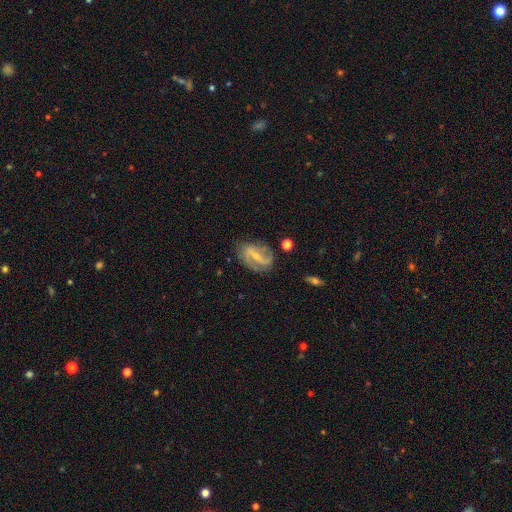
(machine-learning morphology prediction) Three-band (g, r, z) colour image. It shows a featured or disk galaxy (80%) with a weak bar (41%), 2 (82%) medium (41%) spiral arms (91%) and a small central bulge (64%). Merging: none (70%).